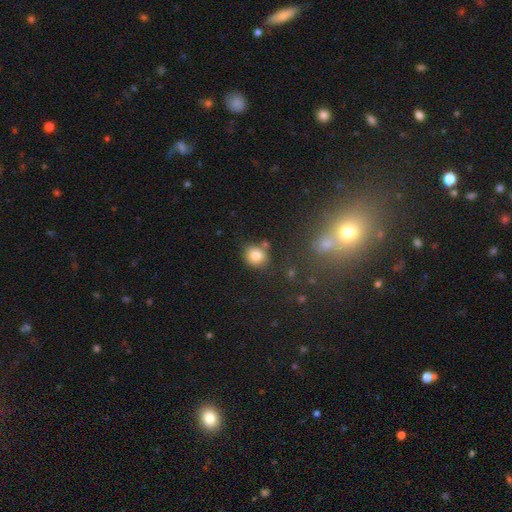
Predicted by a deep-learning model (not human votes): Smooth or featured: smooth — 81% (star or artifact — 11%)
How rounded: round — 74% (in between — 25%)
Merging: none — 74% (minor disturbance — 13%)